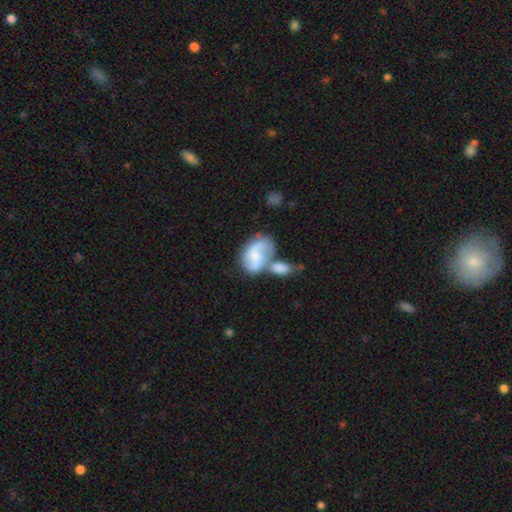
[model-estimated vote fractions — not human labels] This appears to be a featured or disk galaxy (49%). Merging: merger (52%).